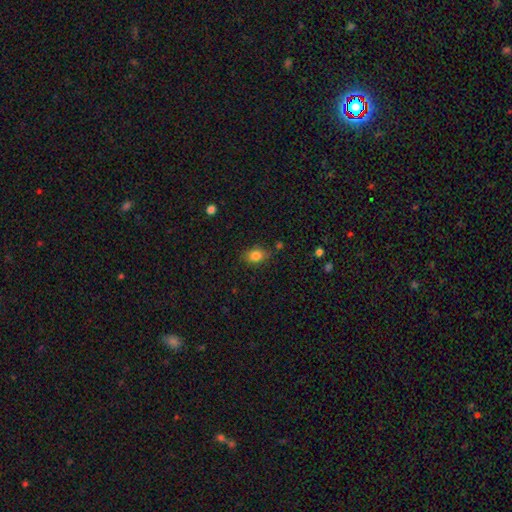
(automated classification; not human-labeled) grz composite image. It shows a smooth galaxy with no disk features (82%) that is in between round and cigar-shaped (73%). Merging: none (78%).